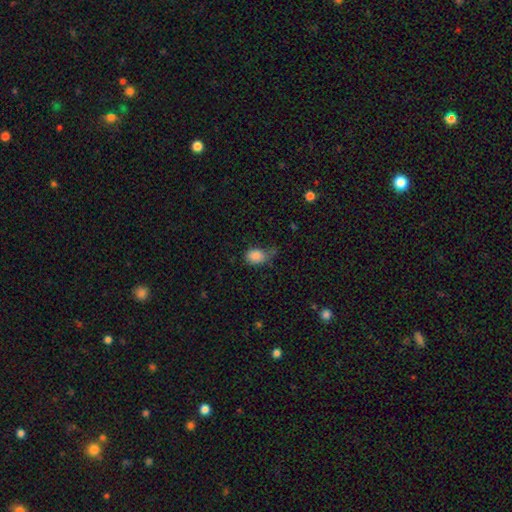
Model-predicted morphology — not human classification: The model was most divided on "merging": none: 41%, minor disturbance: 38%, major disturbance: 17%, merger: 4%. More confident: smooth or featured — smooth (85%); how rounded — in between (73%).